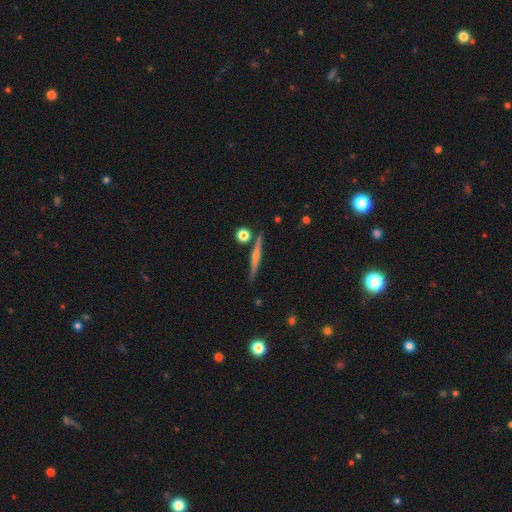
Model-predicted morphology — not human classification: This is likely a featured or disk galaxy (63%). It is clearly viewed edge-on (97%). Edge-on bulge: possibly rounded (58%). Merging: clearly none (86%).